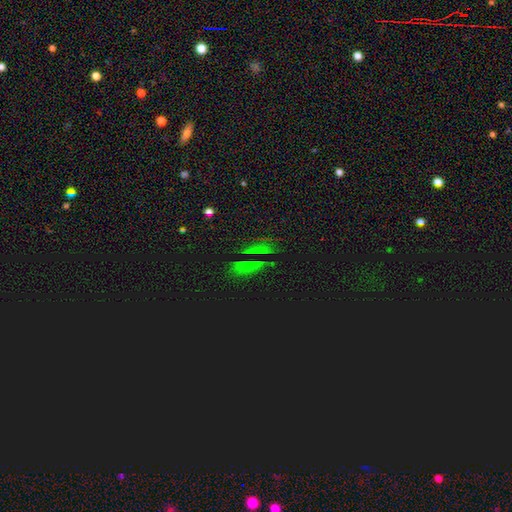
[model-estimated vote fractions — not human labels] Smooth or featured? star or artifact (65%)